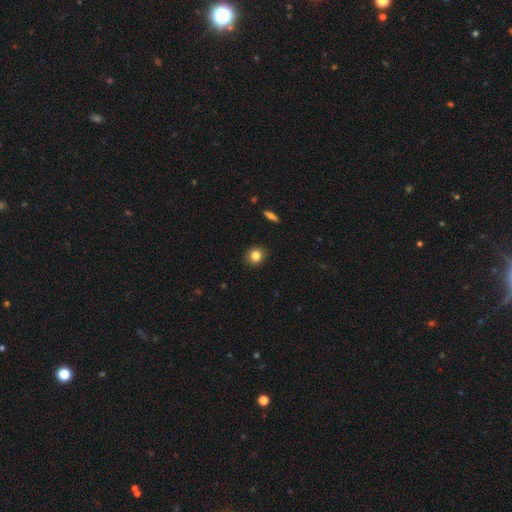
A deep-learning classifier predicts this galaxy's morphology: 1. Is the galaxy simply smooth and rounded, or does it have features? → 83% smooth, 10% star or artifact, 6% featured or disk.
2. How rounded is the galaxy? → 83% round, 16% in between, 1% cigar-shaped.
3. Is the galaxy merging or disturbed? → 90% none, 8% minor disturbance, 2% major disturbance, 1% merger.